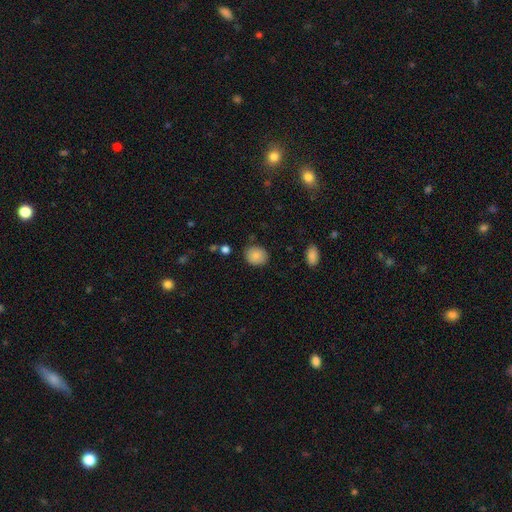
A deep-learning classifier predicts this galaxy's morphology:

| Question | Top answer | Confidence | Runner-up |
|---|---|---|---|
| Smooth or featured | smooth | 84% | star or artifact (8%) |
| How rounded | round | 62% | in between (37%) |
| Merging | none | 83% | minor disturbance (12%) |